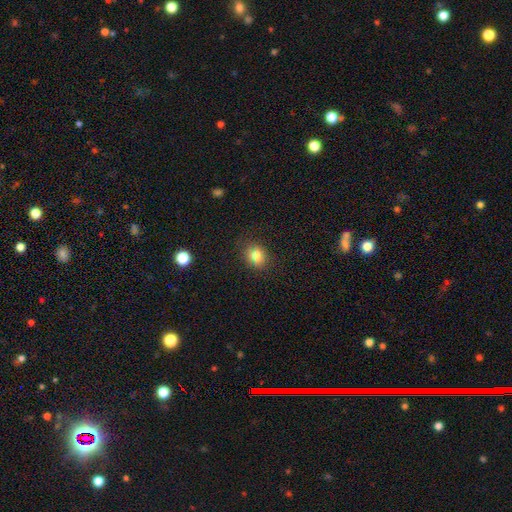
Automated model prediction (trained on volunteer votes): Q: Smooth or featured?
A: smooth (82%); runner-up: star or artifact (12%)
Q: How rounded?
A: round (57%); runner-up: in between (42%)
Q: Merging?
A: none (82%); runner-up: minor disturbance (13%)